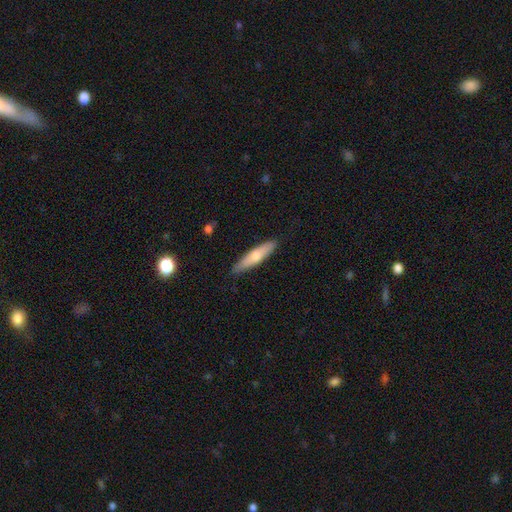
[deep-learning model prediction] Q: Smooth or featured?
A: smooth (64%); runner-up: featured or disk (31%)
Q: How rounded?
A: cigar-shaped (80%); runner-up: in between (18%)
Q: Merging?
A: none (86%); runner-up: minor disturbance (11%)